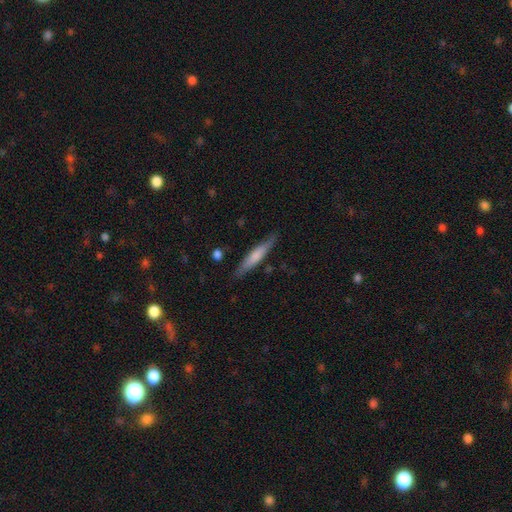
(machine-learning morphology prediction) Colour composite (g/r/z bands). It shows a smooth galaxy with no disk features (64%) that is cigar-shaped (89%). Merging: none (83%).